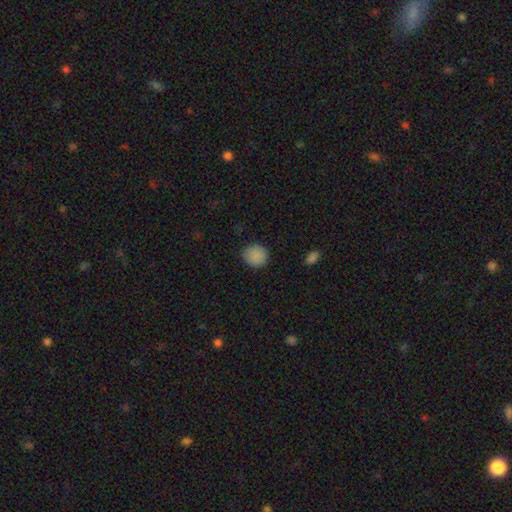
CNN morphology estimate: smooth-or-featured: smooth: 88% | star or artifact: 9% | featured or disk: 3%
  how-rounded: round: 81% | in between: 18% | cigar-shaped: 1%
  merging: none: 86% | minor disturbance: 10% | major disturbance: 2% | merger: 1%